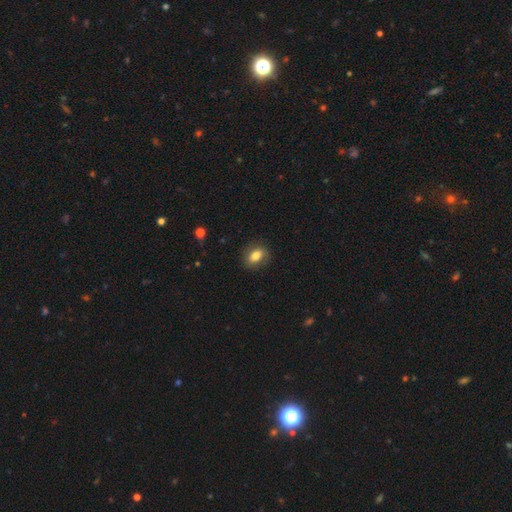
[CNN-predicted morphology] Q: Smooth or featured?
A: smooth (79%); runner-up: featured or disk (13%)
Q: How rounded?
A: in between (73%); runner-up: round (26%)
Q: Merging?
A: none (82%); runner-up: minor disturbance (13%)